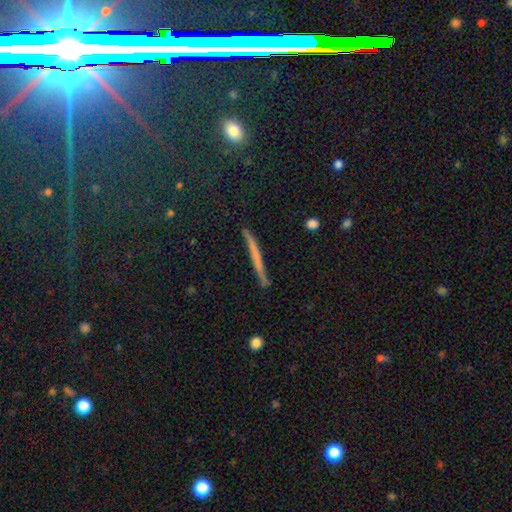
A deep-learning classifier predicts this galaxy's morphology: smooth-or-featured: smooth: 50% | featured or disk: 41% | star or artifact: 9%
  merging: none: 86% | minor disturbance: 10% | major disturbance: 2% | merger: 2%